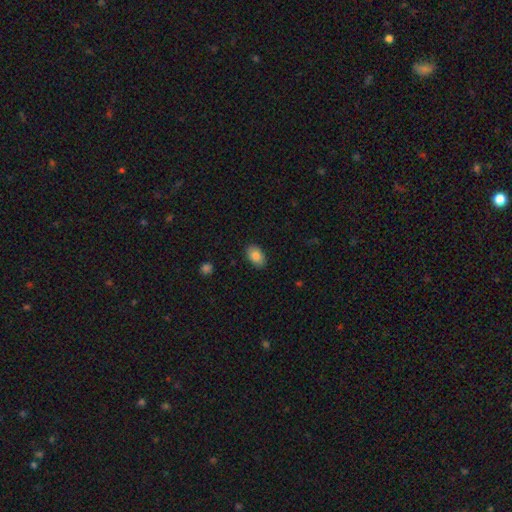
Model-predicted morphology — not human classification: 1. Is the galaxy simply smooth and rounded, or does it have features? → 84% smooth, 8% featured or disk, 8% star or artifact.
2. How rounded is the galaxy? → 89% in between, 10% round, 1% cigar-shaped.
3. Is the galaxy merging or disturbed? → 87% none, 10% minor disturbance, 2% major disturbance, 1% merger.